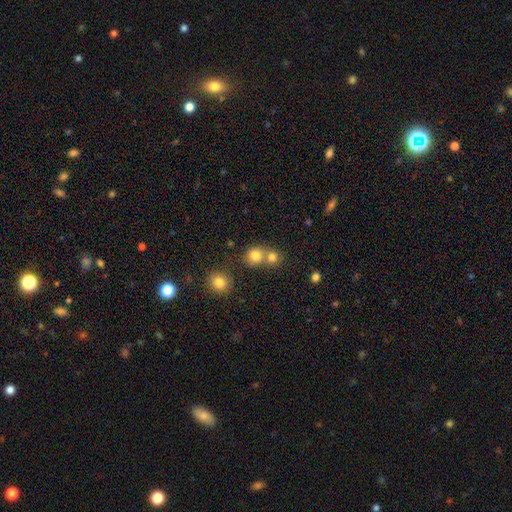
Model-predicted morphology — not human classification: This appears to be a smooth galaxy with no disk features (80%) that is round (83%). Merging: none (49%).